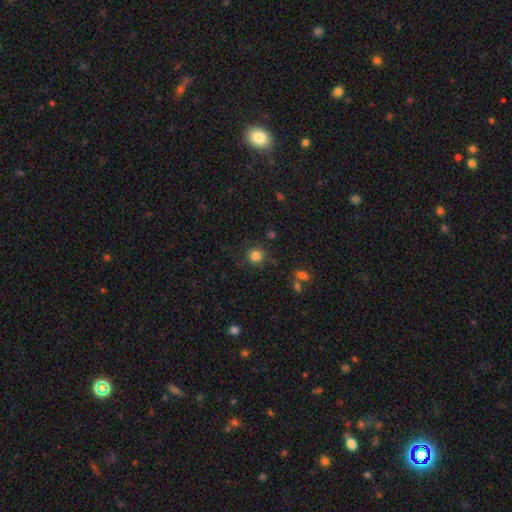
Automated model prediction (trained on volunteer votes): This appears to be a smooth galaxy with no disk features (83%) that is round (89%). Merging: none (84%).